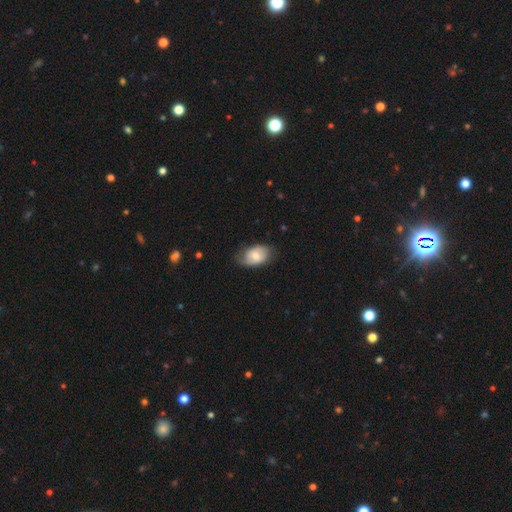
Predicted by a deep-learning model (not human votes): This appears to be a smooth galaxy with no disk features (66%) that is in between round and cigar-shaped (87%). Merging: none (69%).